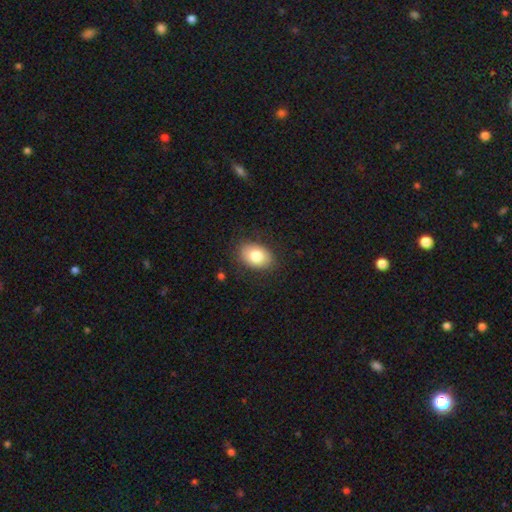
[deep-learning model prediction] A smooth galaxy with no disk features (81%) that is in between round and cigar-shaped (80%).

Vote fractions:
- Smooth or featured? smooth: 81% / featured or disk: 12% / star or artifact: 7%
- How rounded? in between: 80% / round: 19% / cigar-shaped: 1%
- Merging? none: 84% / minor disturbance: 11% / major disturbance: 3% / merger: 1%